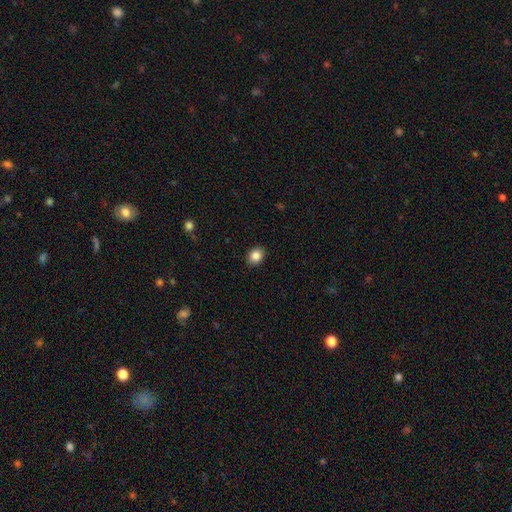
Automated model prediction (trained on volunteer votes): This is clearly a smooth galaxy (86%). How rounded: possibly round (55%). Merging: clearly none (90%).